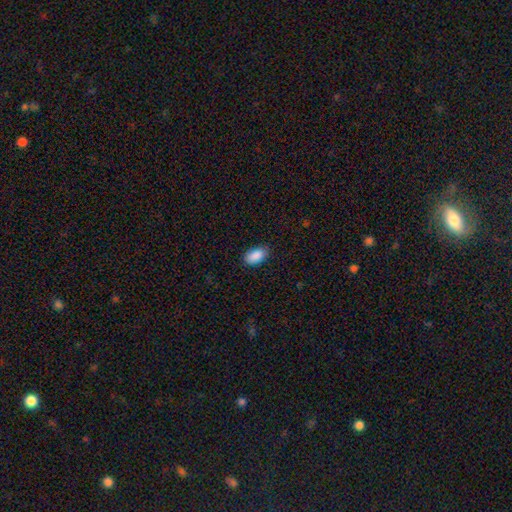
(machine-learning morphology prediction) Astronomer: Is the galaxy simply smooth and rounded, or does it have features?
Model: smooth — 90%.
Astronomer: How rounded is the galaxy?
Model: in between — 94%.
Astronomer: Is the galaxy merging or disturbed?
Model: none — 86%.